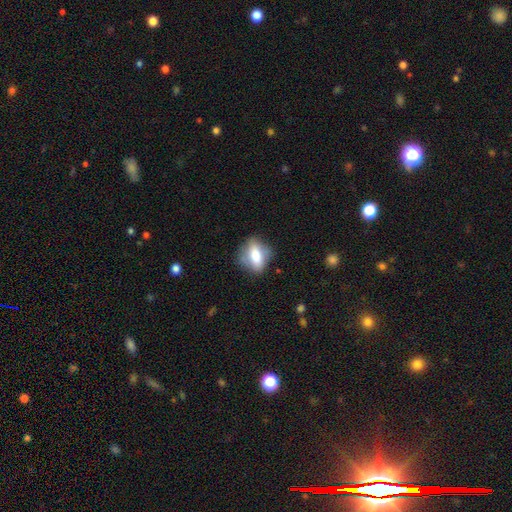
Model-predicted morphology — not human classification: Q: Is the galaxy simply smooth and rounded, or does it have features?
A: smooth — 66%.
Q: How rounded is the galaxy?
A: in between — 70%.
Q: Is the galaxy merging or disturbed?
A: none — 68%.